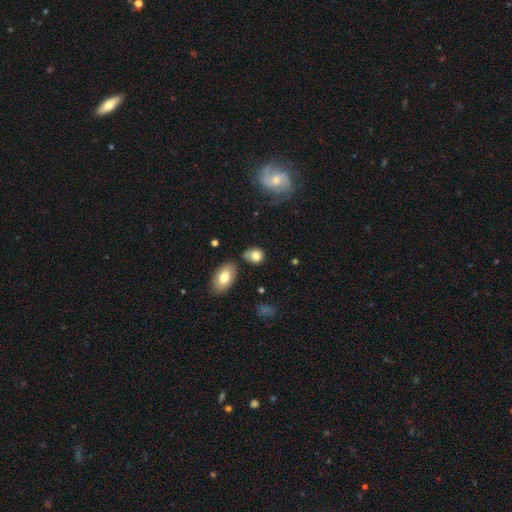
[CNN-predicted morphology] Q: Smooth or featured?
A: smooth (81%); runner-up: featured or disk (10%)
Q: How rounded?
A: round (53%); runner-up: in between (45%)
Q: Merging?
A: none (55%); runner-up: minor disturbance (25%)